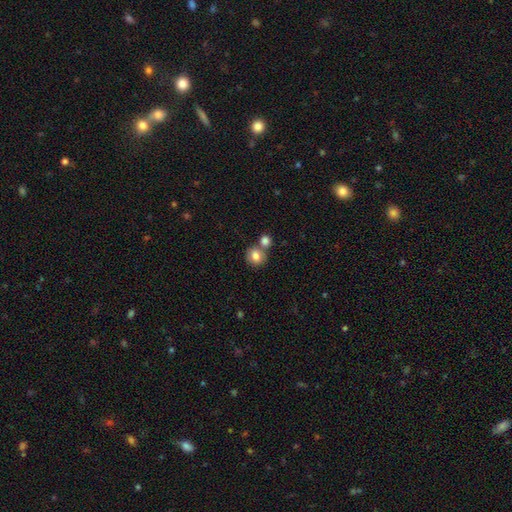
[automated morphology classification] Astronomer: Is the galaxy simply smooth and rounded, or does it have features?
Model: smooth — 82%.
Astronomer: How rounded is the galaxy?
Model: round — 79%.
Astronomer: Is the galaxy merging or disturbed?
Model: none — 55% (runner-up: merger, 34%).